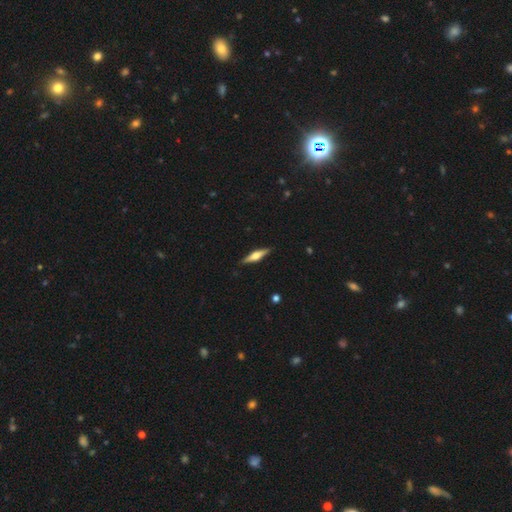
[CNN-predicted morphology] Smooth or featured: featured or disk — 63% (smooth — 32%)
Edge-on disk: yes — 96% (no — 4%)
Edge-on bulge: rounded — 91% (boxy — 7%)
Merging: none — 90% (minor disturbance — 8%)